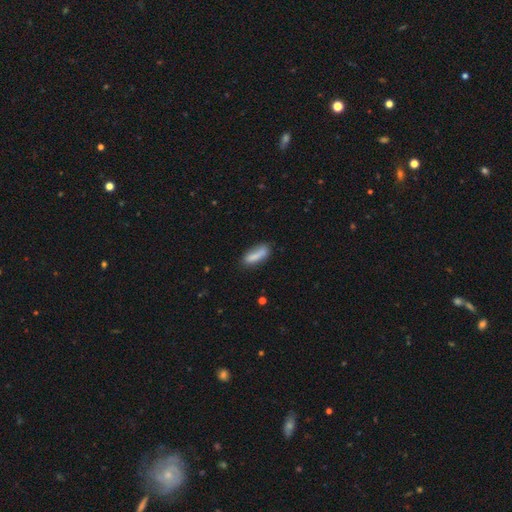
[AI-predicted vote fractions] Smooth or featured?
  - smooth: 80% *
  - featured or disk: 12%
  - star or artifact: 7%
How rounded?
  - cigar-shaped: 51% *
  - in between: 47%
  - round: 2%
Merging?
  - none: 66% *
  - minor disturbance: 21%
  - merger: 7%
  - major disturbance: 6%